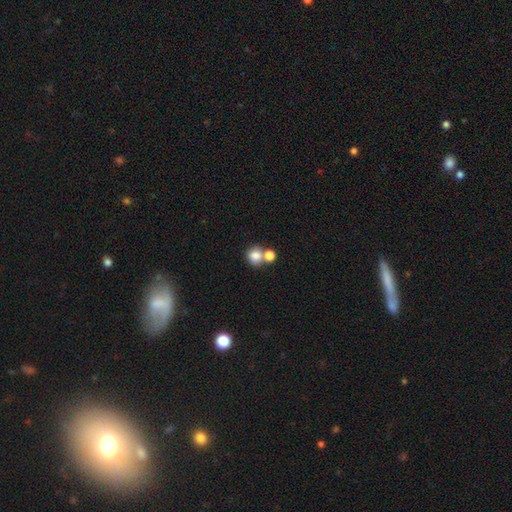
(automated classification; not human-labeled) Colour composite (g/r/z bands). It shows a smooth galaxy with no disk features (81%) that is round (86%). Merging: none (47%).